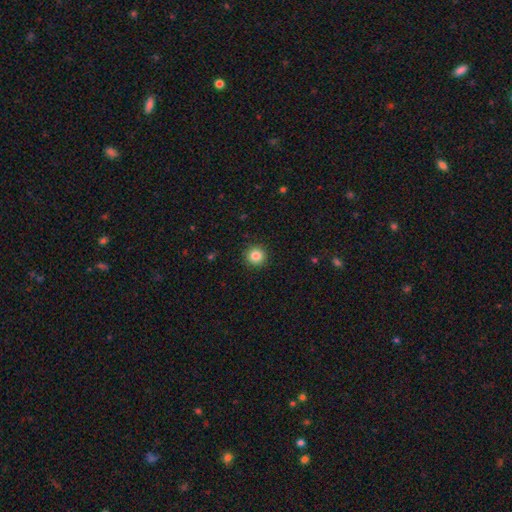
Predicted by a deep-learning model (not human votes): Smooth or featured? Predicted: smooth (p=0.85). How rounded? Predicted: round (p=0.95). Merging? Predicted: none (p=0.92).